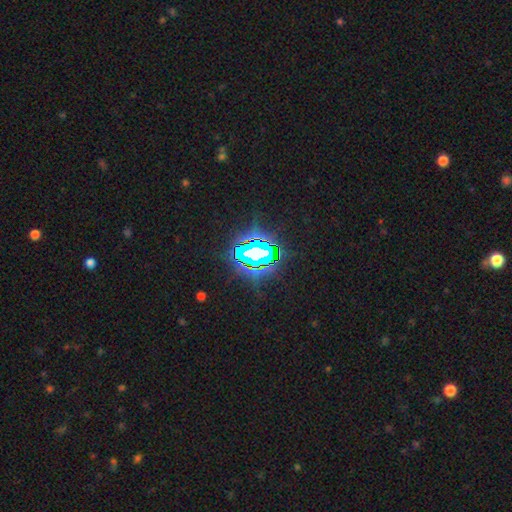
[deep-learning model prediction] Smooth or featured? star or artifact (76%)